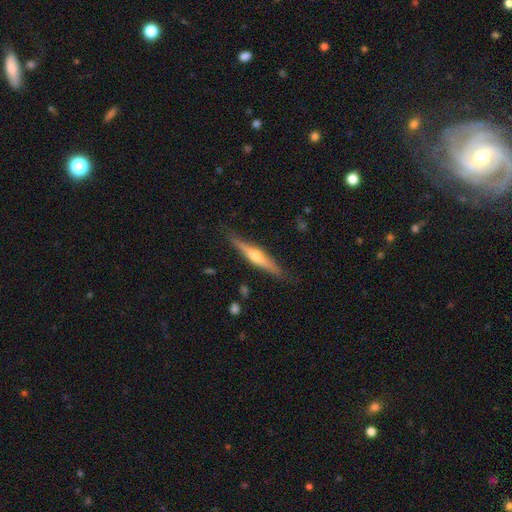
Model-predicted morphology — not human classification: Smooth or featured? Predicted: featured or disk (p=0.65). Edge-on disk? Predicted: yes (p=0.96). Edge-on bulge? Predicted: rounded (p=0.88). Merging? Predicted: none (p=0.85).